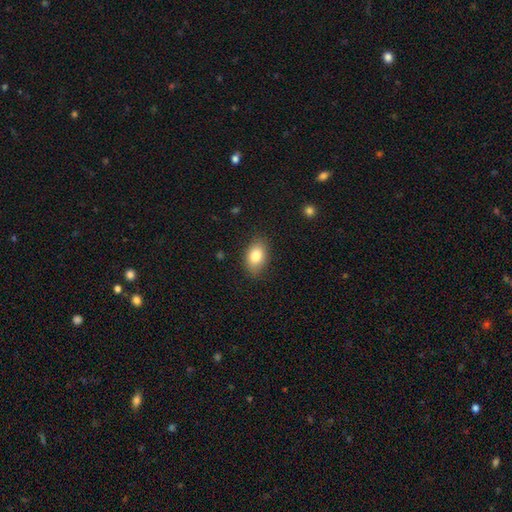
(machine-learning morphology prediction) Smooth or featured?
  - smooth: 83% *
  - featured or disk: 10%
  - star or artifact: 8%
How rounded?
  - in between: 88% *
  - round: 10%
  - cigar-shaped: 2%
Merging?
  - none: 84% *
  - minor disturbance: 12%
  - major disturbance: 3%
  - merger: 1%